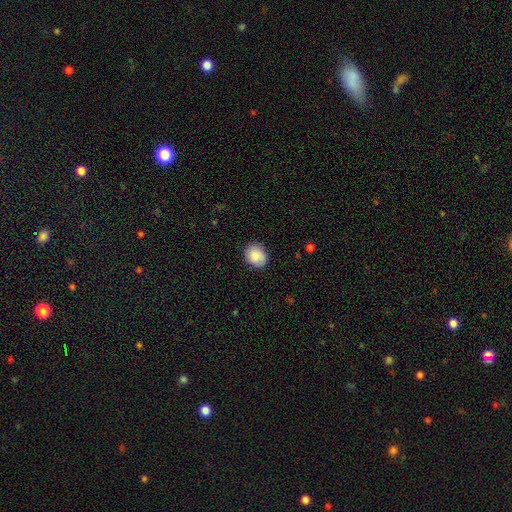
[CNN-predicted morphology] Smooth or featured?
  - smooth: 86% *
  - star or artifact: 7%
  - featured or disk: 7%
How rounded?
  - round: 55% *
  - in between: 45%
  - cigar-shaped: 1%
Merging?
  - none: 83% *
  - minor disturbance: 13%
  - major disturbance: 3%
  - merger: 1%